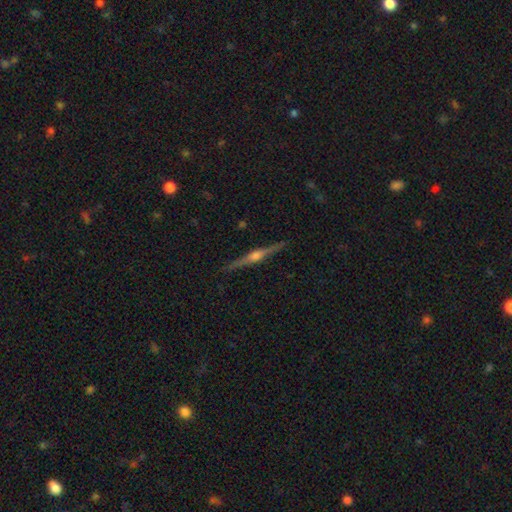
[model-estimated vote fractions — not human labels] featured or disk 84%, smooth 10%, star or artifact 6%. Down the decision tree: edge-on disk — yes (98%); edge-on bulge — rounded (90%); merging — none (91%).